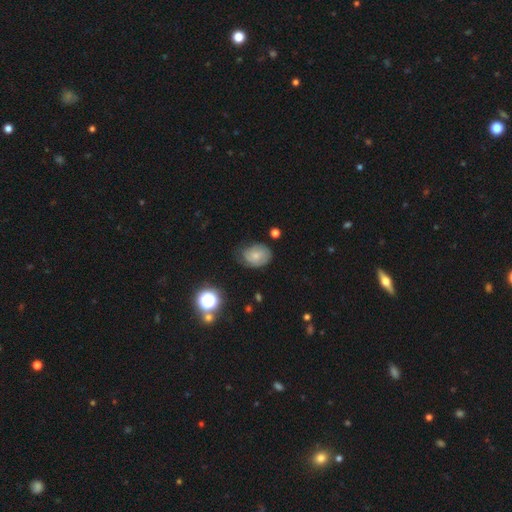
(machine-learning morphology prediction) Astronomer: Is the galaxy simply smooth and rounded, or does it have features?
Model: smooth — 53% (runner-up: featured or disk, 36%).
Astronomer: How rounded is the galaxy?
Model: in between — 64%.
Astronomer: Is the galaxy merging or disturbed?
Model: none — 57%.